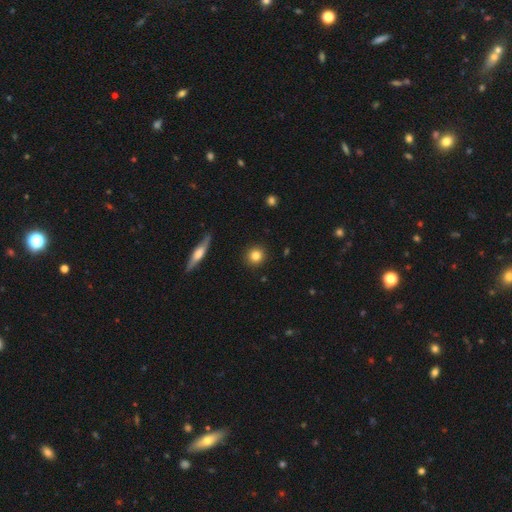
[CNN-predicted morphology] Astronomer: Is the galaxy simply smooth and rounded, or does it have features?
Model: smooth — 83%.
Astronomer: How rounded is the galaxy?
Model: round — 93%.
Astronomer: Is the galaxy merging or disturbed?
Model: none — 92%.